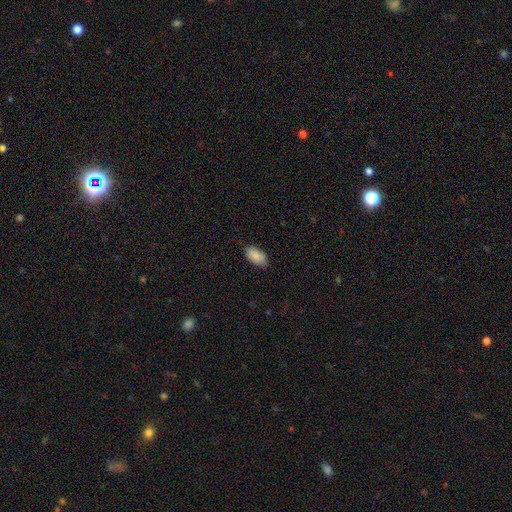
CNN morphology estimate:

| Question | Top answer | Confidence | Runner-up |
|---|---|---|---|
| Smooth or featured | smooth | 87% | featured or disk (7%) |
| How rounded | in between | 94% | round (3%) |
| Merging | none | 77% | minor disturbance (19%) |